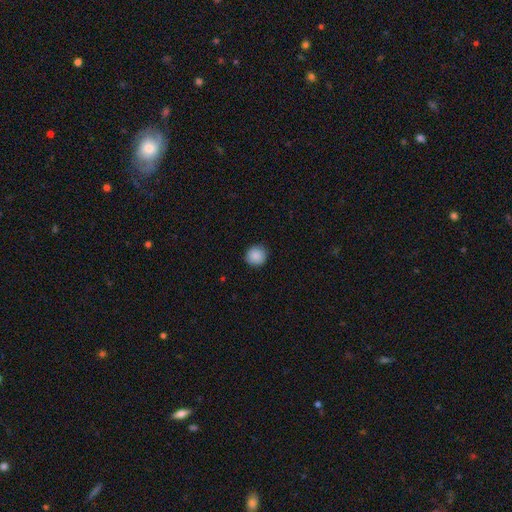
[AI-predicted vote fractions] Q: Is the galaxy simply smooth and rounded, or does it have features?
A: smooth — 89%.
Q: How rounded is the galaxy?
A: round — 94%.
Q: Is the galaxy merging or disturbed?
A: none — 91%.